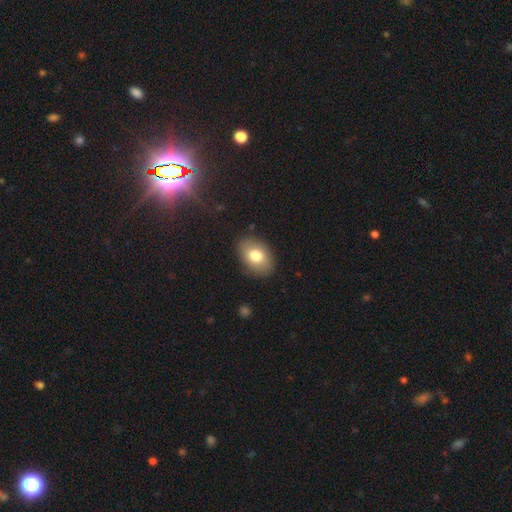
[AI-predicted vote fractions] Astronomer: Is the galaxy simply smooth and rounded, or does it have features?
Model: smooth — 78%.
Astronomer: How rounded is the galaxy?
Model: in between — 82%.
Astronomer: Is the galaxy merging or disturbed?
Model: none — 86%.